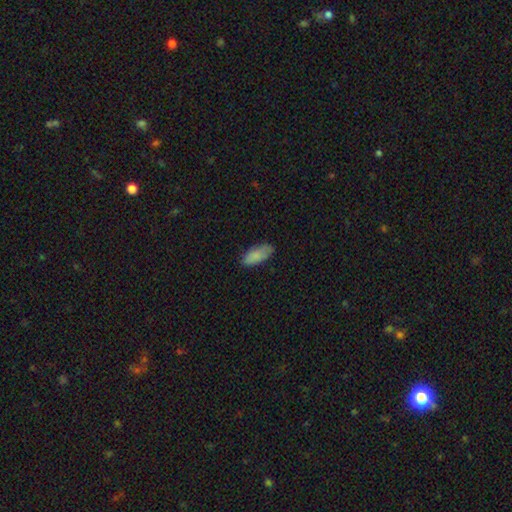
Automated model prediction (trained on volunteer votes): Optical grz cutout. It shows a smooth galaxy with no disk features (86%) that is in between round and cigar-shaped (83%). Merging: none (77%).